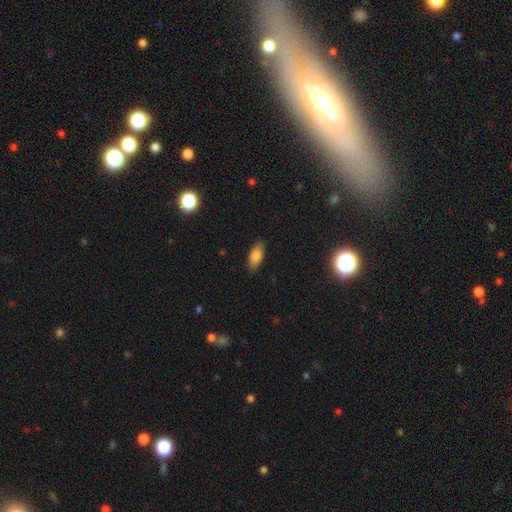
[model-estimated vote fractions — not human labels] Q: Smooth or featured?
A: smooth (83%); runner-up: featured or disk (10%)
Q: How rounded?
A: in between (83%); runner-up: cigar-shaped (14%)
Q: Merging?
A: none (87%); runner-up: minor disturbance (10%)